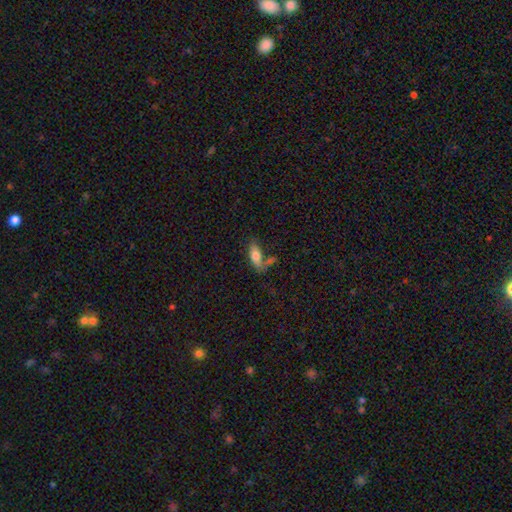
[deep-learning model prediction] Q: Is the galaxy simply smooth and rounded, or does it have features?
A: smooth — 70%.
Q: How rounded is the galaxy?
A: in between — 75%.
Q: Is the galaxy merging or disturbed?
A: none — 48%.